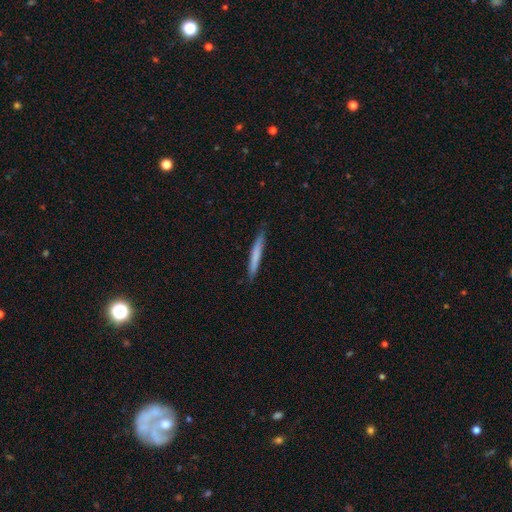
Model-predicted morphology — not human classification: Smooth or featured: smooth — 70% (featured or disk — 24%)
How rounded: cigar-shaped — 96% (in between — 3%)
Merging: none — 87% (minor disturbance — 10%)